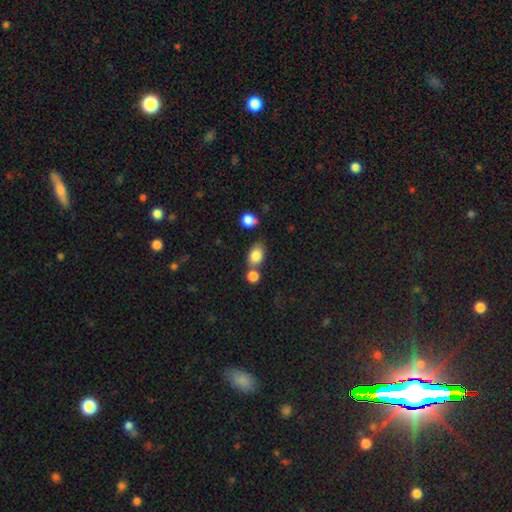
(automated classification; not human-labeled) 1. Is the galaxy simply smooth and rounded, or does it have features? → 84% smooth, 9% star or artifact, 8% featured or disk.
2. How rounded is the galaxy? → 80% in between, 18% round, 2% cigar-shaped.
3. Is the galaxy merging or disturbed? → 56% none, 26% merger, 13% minor disturbance, 4% major disturbance.